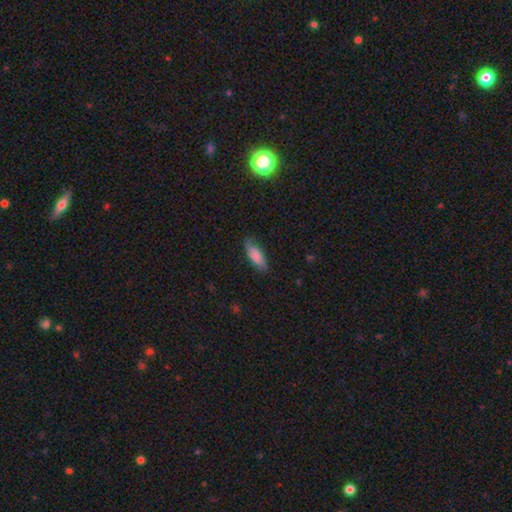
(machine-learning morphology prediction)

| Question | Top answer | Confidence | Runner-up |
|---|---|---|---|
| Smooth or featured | smooth | 70% | featured or disk (23%) |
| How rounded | in between | 73% | cigar-shaped (24%) |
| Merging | none | 66% | minor disturbance (25%) |